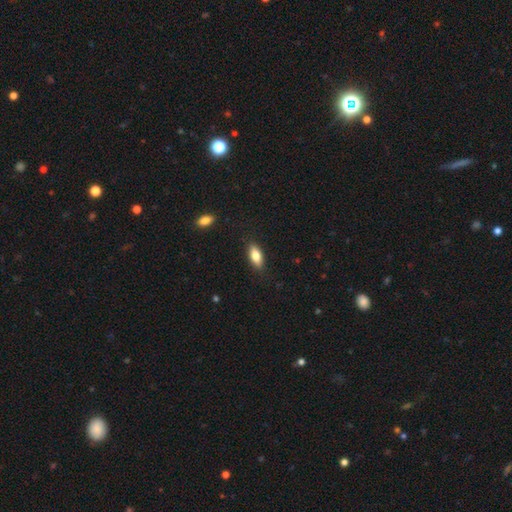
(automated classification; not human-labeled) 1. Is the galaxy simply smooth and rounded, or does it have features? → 78% smooth, 15% featured or disk, 7% star or artifact.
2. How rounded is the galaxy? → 81% in between, 16% cigar-shaped, 3% round.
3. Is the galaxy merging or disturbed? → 87% none, 10% minor disturbance, 2% major disturbance, 1% merger.